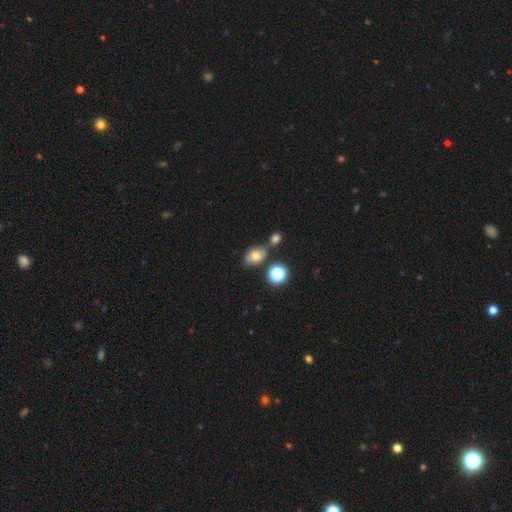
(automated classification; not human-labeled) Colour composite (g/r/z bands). It shows a smooth galaxy with no disk features (67%) that is in between round and cigar-shaped (73%). Merging: none (60%).